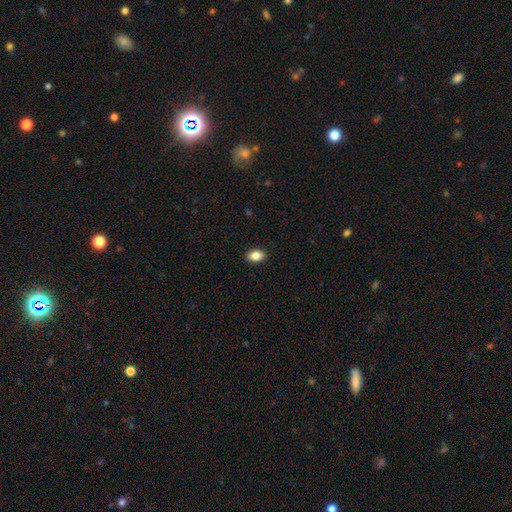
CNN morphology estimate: smooth_or_featured: smooth (p=0.85) [alt: star or artifact p=0.08]
how_rounded: in between (p=0.85) [alt: round p=0.13]
merging: none (p=0.90) [alt: minor disturbance p=0.07]